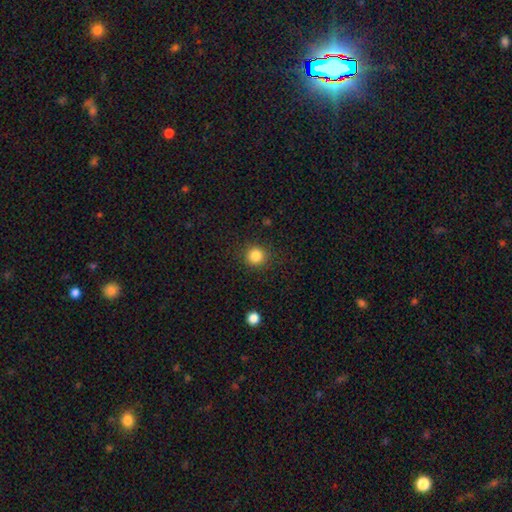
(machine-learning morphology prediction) This appears to be a smooth galaxy with no disk features (85%) that is round (92%). Merging: none (89%).